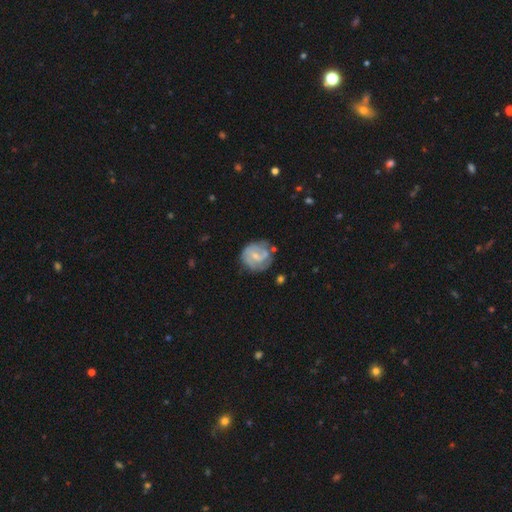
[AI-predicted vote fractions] smooth-or-featured: featured or disk: 69% | smooth: 25% | star or artifact: 6%
  disk-edge-on: no: 98% | yes: 2%
    bar: weak: 50% | no: 36% | strong: 13%
    has-spiral-arms: yes: 82% | no: 18%
      spiral-winding: tight: 42% | medium: 41% | loose: 17%
      spiral-arm-count: 2: 54% | can't tell: 25% | 3: 10% | 1: 6% | 4: 2% | more than 4: 2%
    bulge-size: small: 60% | moderate: 33% | none: 5% | large: 1% | dominant: 1%
  merging: none: 61% | minor disturbance: 24% | major disturbance: 10% | merger: 5%